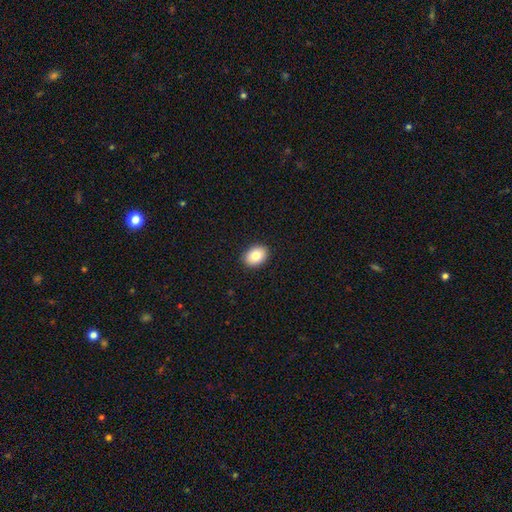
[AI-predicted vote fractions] smooth_or_featured: smooth (p=0.83) [alt: featured or disk p=0.09]
how_rounded: in between (p=0.72) [alt: round p=0.27]
merging: none (p=0.91) [alt: minor disturbance p=0.06]